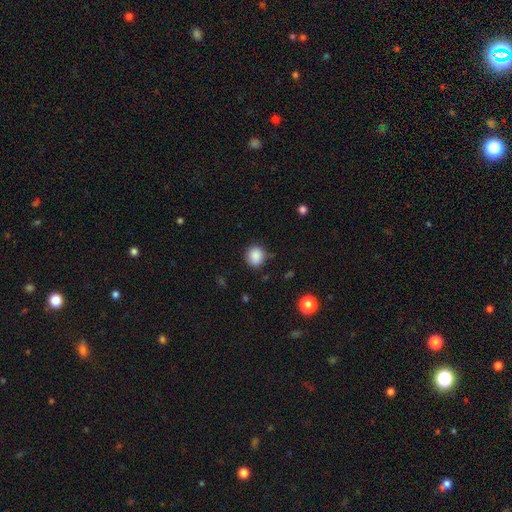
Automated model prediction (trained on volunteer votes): This appears to be a smooth galaxy with no disk features (87%) that is round (79%). Merging: none (79%).